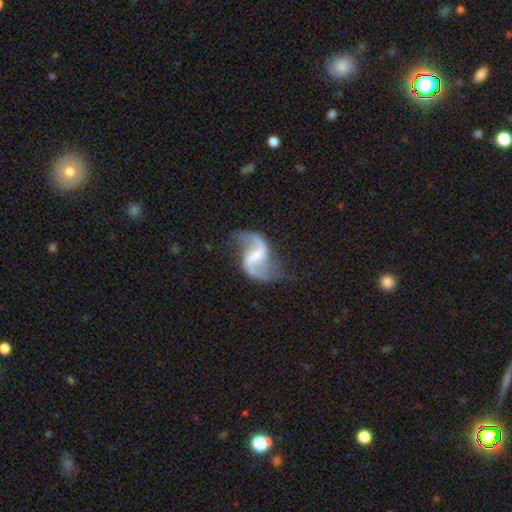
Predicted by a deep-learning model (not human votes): This appears to be a featured or disk galaxy (91%) with a weak bar (49%), 2 (94%) loose (73%) spiral arms (97%) and no central bulge (38%). Merging: none (72%).